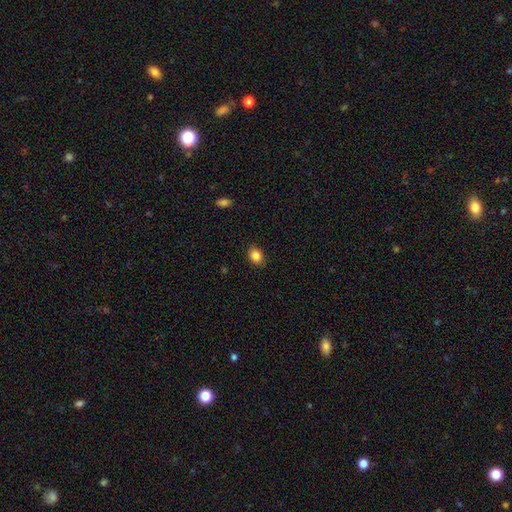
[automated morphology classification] The model was most divided on "how rounded": in between: 59%, round: 40%, cigar-shaped: 1%. More confident: merging — none (88%); smooth or featured — smooth (86%).